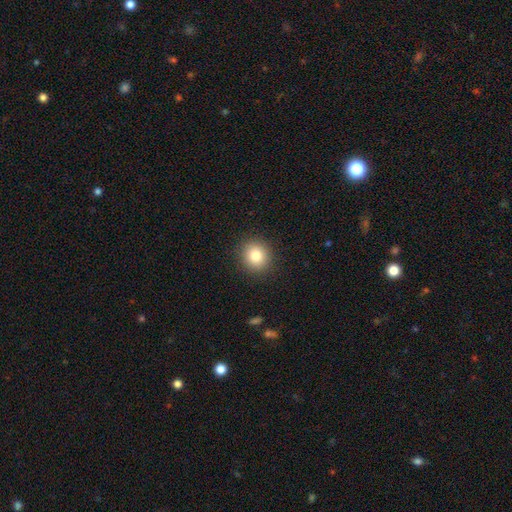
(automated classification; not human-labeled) A smooth galaxy with no disk features (82%) that is round (85%). Merging: none (91%).